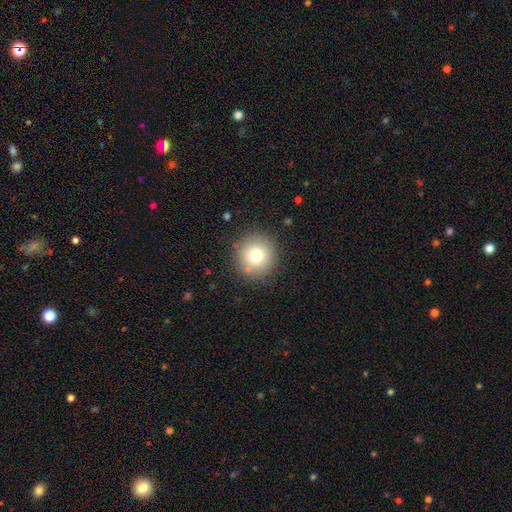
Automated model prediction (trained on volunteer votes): A smooth galaxy with no disk features (76%) that is round (94%).

Vote fractions:
- Smooth or featured? smooth: 76% / star or artifact: 12% / featured or disk: 12%
- How rounded? round: 94% / in between: 5% / cigar-shaped: 1%
- Merging? none: 86% / minor disturbance: 8% / major disturbance: 3% / merger: 2%